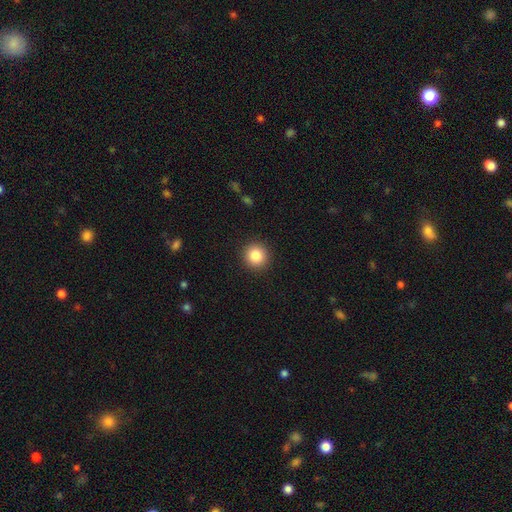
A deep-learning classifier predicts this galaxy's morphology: A smooth galaxy with no disk features (84%) that is round (93%). Merging: none (92%).